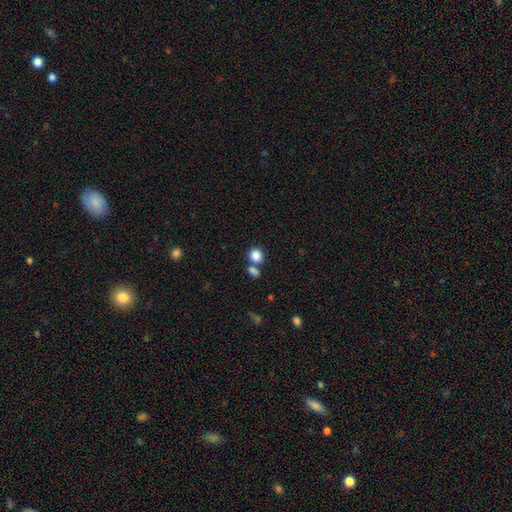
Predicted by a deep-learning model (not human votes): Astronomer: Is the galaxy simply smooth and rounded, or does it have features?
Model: smooth — 85%.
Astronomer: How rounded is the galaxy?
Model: round — 70%.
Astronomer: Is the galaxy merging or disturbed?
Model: none — 57%.